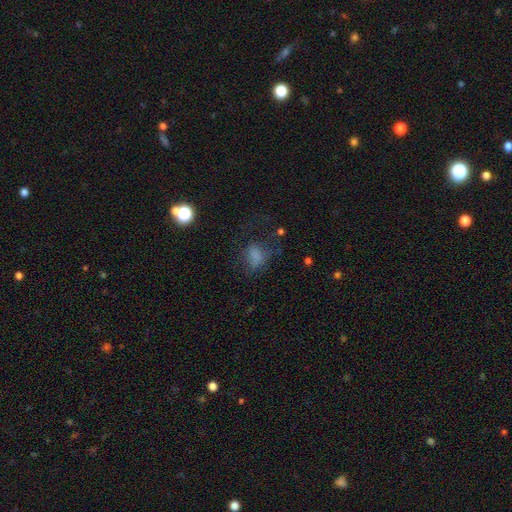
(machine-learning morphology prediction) The model was most divided on "merging": none: 41%, major disturbance: 32%, minor disturbance: 24%, merger: 3%. More confident: how rounded — in between (69%); smooth or featured — smooth (69%).